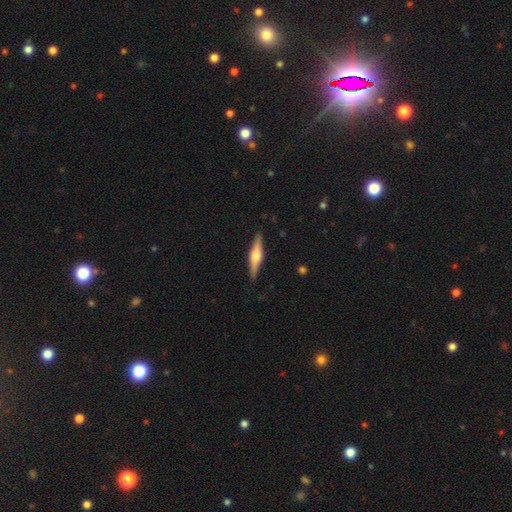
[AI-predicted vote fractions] A featured or disk galaxy (65%) viewed edge-on (97%) with a rounded central bulge (90%). Merging: none (89%).